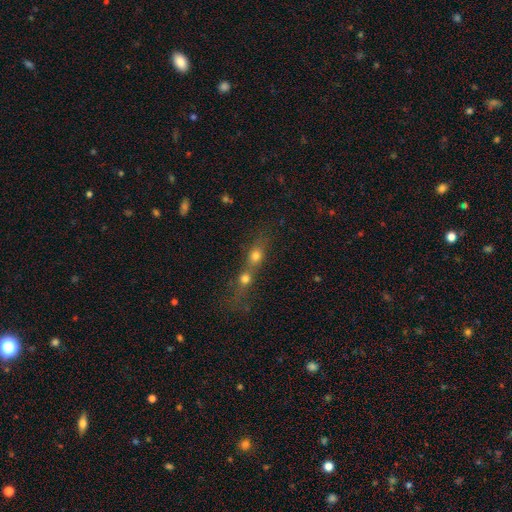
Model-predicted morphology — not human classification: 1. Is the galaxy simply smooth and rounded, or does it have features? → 68% smooth, 18% featured or disk, 14% star or artifact.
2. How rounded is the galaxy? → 48% round, 35% in between, 17% cigar-shaped.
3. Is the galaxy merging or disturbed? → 68% merger, 22% none, 5% minor disturbance, 4% major disturbance.